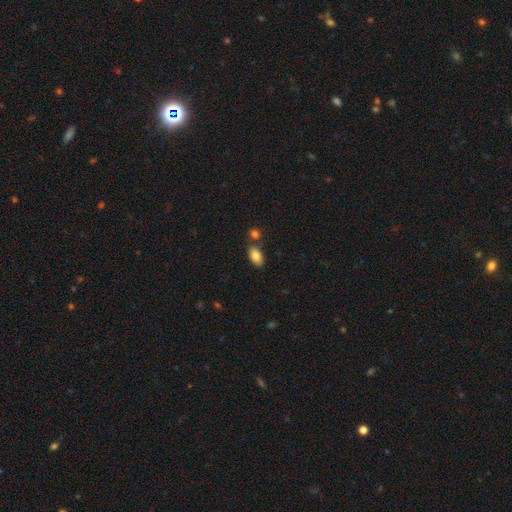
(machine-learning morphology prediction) Q: Smooth or featured?
A: smooth (85%); runner-up: star or artifact (8%)
Q: How rounded?
A: in between (93%); runner-up: round (5%)
Q: Merging?
A: none (70%); runner-up: merger (15%)